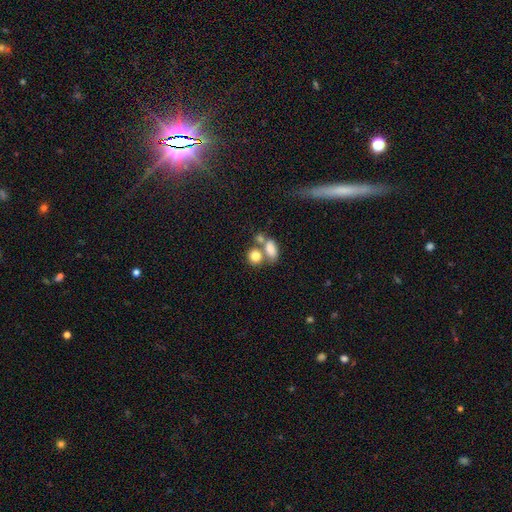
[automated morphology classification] smooth-or-featured: smooth: 79% | featured or disk: 11% | star or artifact: 10%
  how-rounded: round: 55% | in between: 43% | cigar-shaped: 2%
  merging: merger: 44% | none: 42% | minor disturbance: 9% | major disturbance: 5%